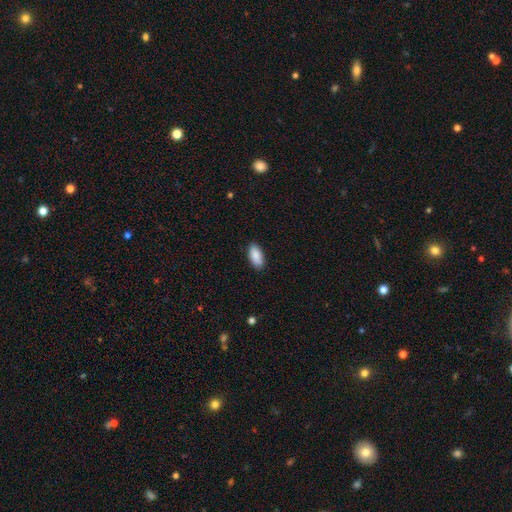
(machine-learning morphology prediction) smooth 90%, star or artifact 6%, featured or disk 4%. Down the decision tree: how rounded — in between (90%); merging — none (88%).